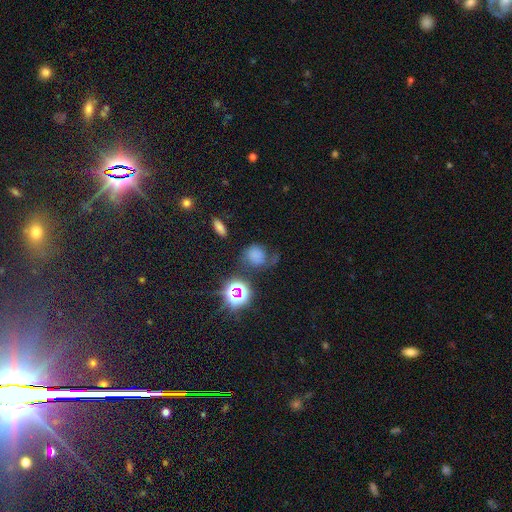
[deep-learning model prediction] A smooth galaxy with no disk features (59%) that is round (73%).

Vote fractions:
- Smooth or featured? smooth: 59% / star or artifact: 24% / featured or disk: 17%
- How rounded? round: 73% / in between: 26% / cigar-shaped: 1%
- Merging? none: 45% / major disturbance: 25% / minor disturbance: 24% / merger: 6%